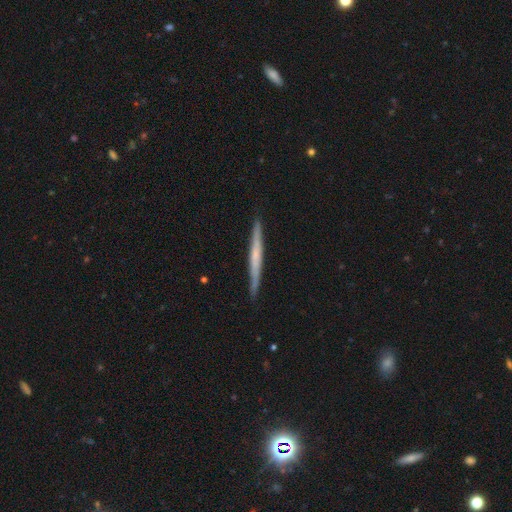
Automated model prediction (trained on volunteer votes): featured or disk 56%, smooth 38%, star or artifact 6%. Down the decision tree: edge-on disk — yes (97%); edge-on bulge — none (69%); merging — none (90%).